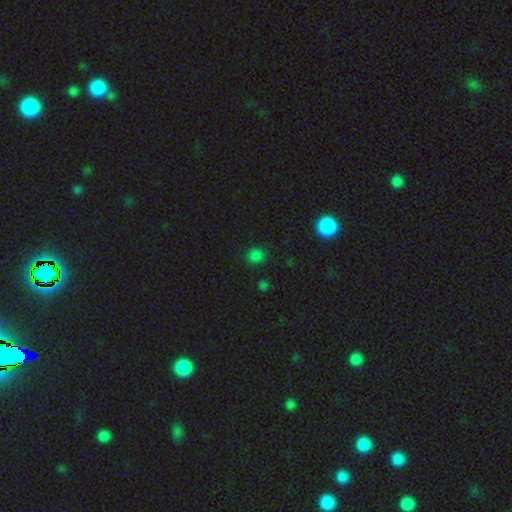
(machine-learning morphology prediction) Smooth or featured?
  - smooth: 77% *
  - star or artifact: 20%
  - featured or disk: 3%
How rounded?
  - round: 84% *
  - in between: 15%
  - cigar-shaped: 1%
Merging?
  - none: 85% *
  - minor disturbance: 10%
  - major disturbance: 3%
  - merger: 2%